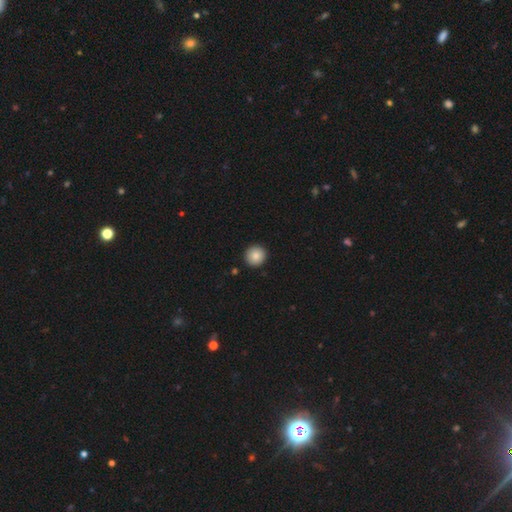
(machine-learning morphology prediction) A smooth galaxy with no disk features (86%) that is round (94%).

Vote fractions:
- Smooth or featured? smooth: 86% / star or artifact: 8% / featured or disk: 5%
- How rounded? round: 94% / in between: 5% / cigar-shaped: 1%
- Merging? none: 92% / minor disturbance: 5% / major disturbance: 1% / merger: 1%